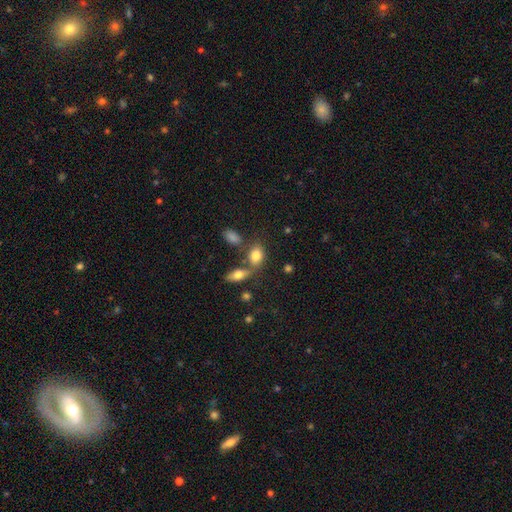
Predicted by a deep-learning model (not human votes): Overall: smooth (80%). How rounded: in between (78%). Merging: none (56%; merger 25%).